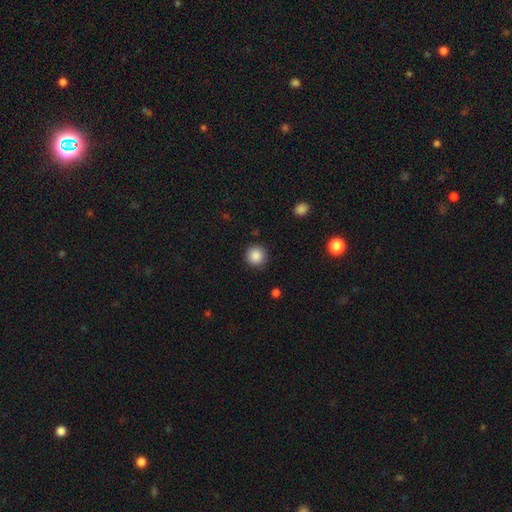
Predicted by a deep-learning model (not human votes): Smooth or featured? Predicted: smooth (p=0.87). How rounded? Predicted: round (p=0.95). Merging? Predicted: none (p=0.90).